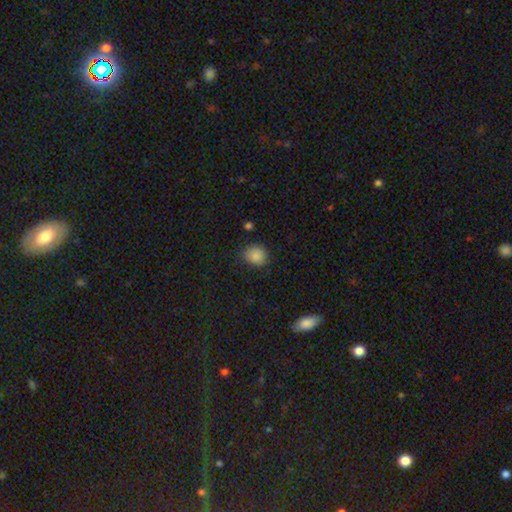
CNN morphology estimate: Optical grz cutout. It shows a smooth galaxy with no disk features (86%) that is round (73%). Merging: none (80%).